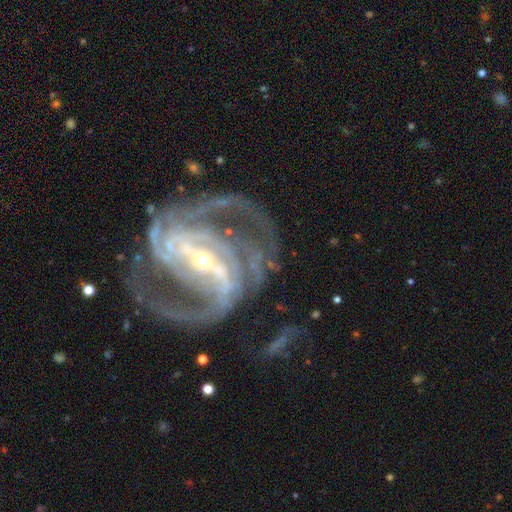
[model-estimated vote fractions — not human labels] This is clearly a featured or disk galaxy (92%). It is clearly not viewed edge-on (97%). Bar: likely strong (73%). Spiral arm pattern: clearly yes (98%). Spiral arm count: marginally 2 (41%). Spiral winding: possibly medium (51%). Central bulge: likely small (74%). Merging: possibly none (59%).